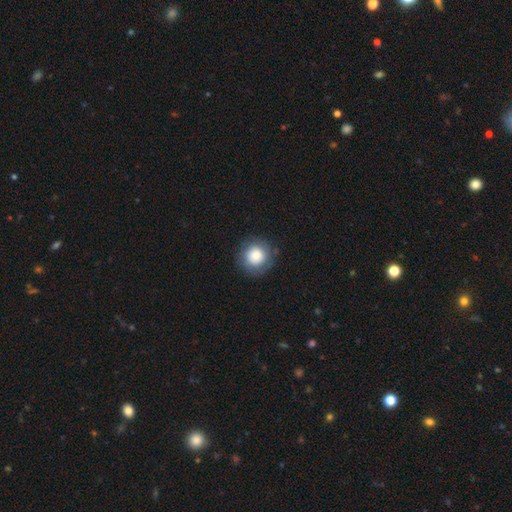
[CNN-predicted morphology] Q: Smooth or featured?
A: smooth (81%); runner-up: featured or disk (10%)
Q: How rounded?
A: round (94%); runner-up: in between (5%)
Q: Merging?
A: none (86%); runner-up: minor disturbance (10%)